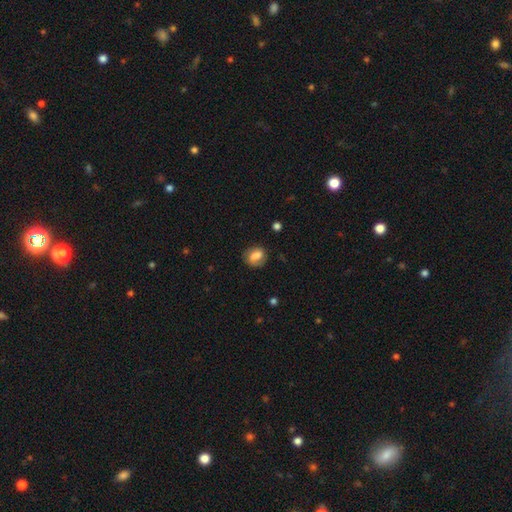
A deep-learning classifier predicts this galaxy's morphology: This is likely a smooth galaxy (75%). How rounded: possibly in between (57%). Merging: likely none (73%).